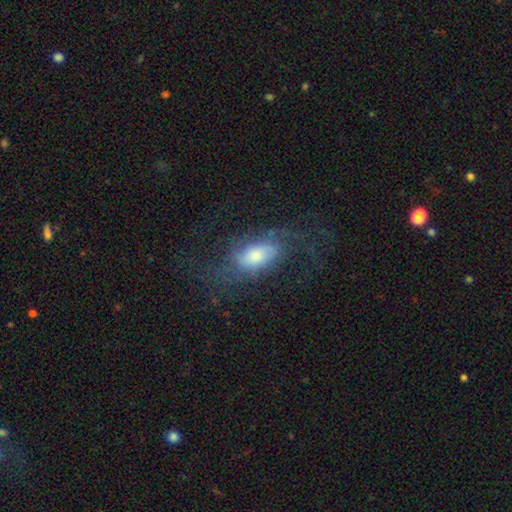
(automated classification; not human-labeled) The model was most divided on "bulge size": moderate: 46%, small: 24%, large: 23%, dominant: 4%, none: 3%. More confident: edge-on disk — no (90%); spiral arms — yes (80%); bar — no (67%); smooth or featured — featured or disk (58%); merging — none (53%).